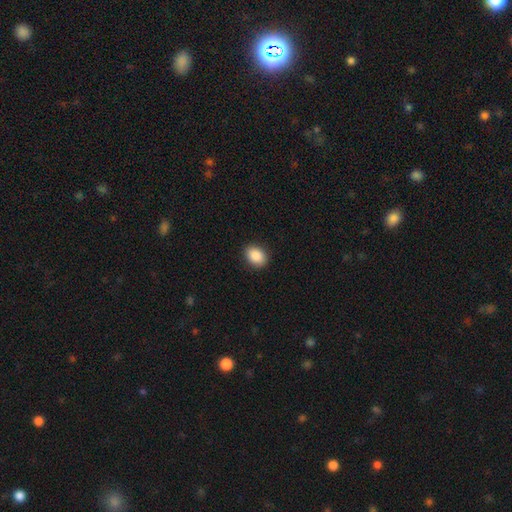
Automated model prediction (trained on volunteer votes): smooth 88%, star or artifact 8%, featured or disk 4%. Down the decision tree: how rounded — in between (67%); merging — none (89%).